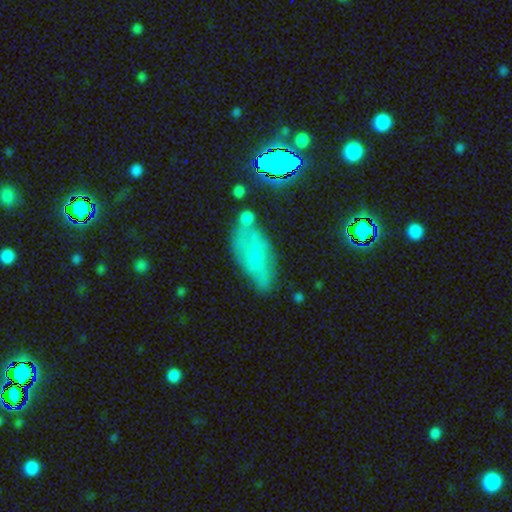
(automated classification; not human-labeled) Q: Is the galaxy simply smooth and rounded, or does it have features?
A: smooth — 52%.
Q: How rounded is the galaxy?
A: in between — 83%.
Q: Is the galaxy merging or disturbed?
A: none — 54%.